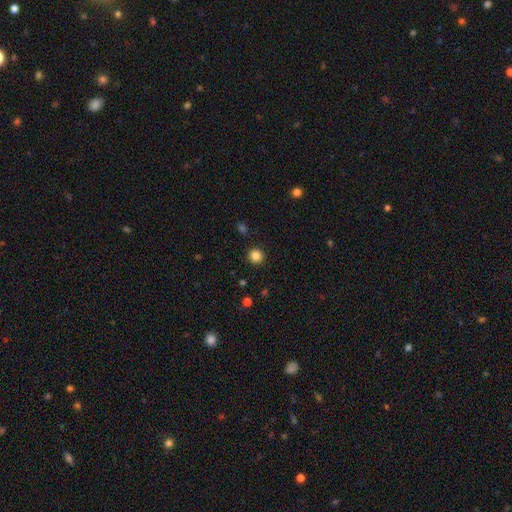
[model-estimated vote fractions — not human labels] Smooth or featured? Predicted: smooth (p=0.84). How rounded? Predicted: round (p=0.94). Merging? Predicted: none (p=0.92).